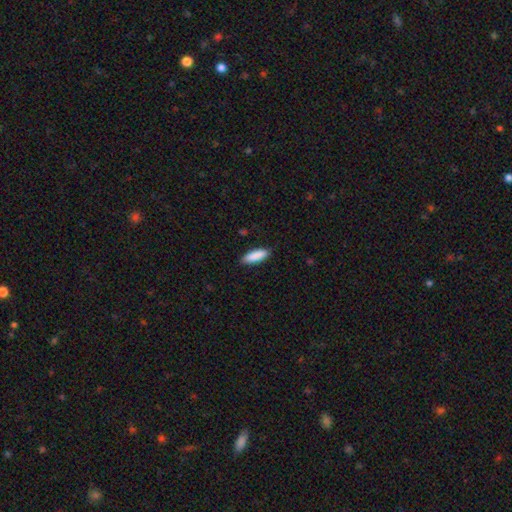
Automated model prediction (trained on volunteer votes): Smooth or featured? Predicted: smooth (p=0.89). How rounded? Predicted: in between (p=0.50). Merging? Predicted: none (p=0.87).